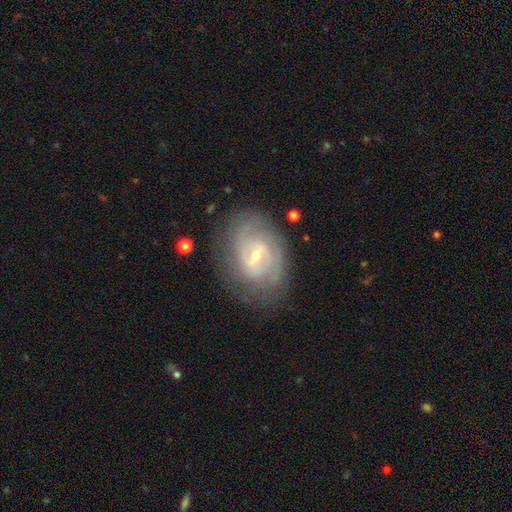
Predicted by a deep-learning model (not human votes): A featured or disk galaxy (82%) with a weak bar (59%), 2 (40%) tight (63%) spiral arms (91%) and a small central bulge (66%). Merging: none (75%).